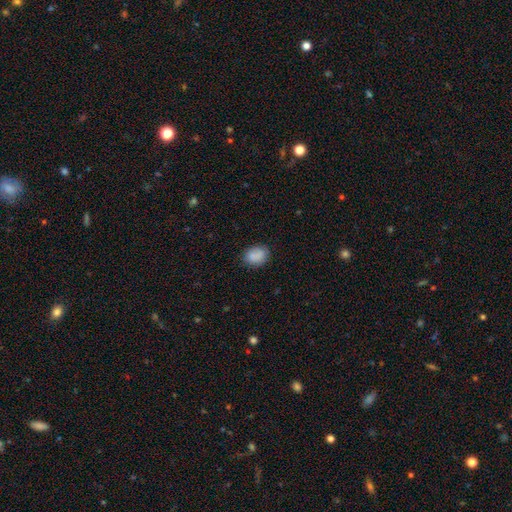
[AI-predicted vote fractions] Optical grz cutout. It shows a smooth galaxy with no disk features (85%) that is in between round and cigar-shaped (60%). Merging: none (79%).